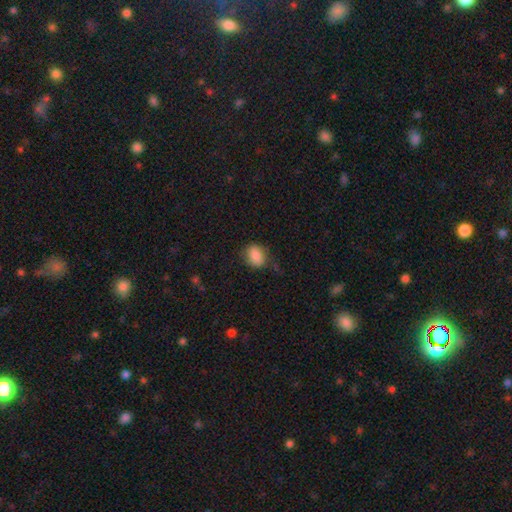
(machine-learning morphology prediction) Smooth or featured? Predicted: smooth (p=0.86). How rounded? Predicted: in between (p=0.61). Merging? Predicted: none (p=0.71).